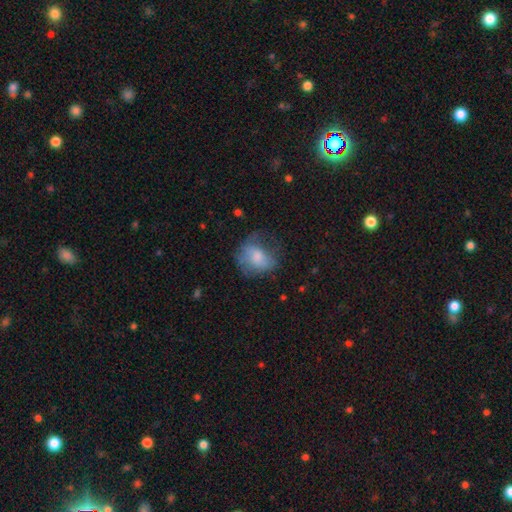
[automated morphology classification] smooth 62%, featured or disk 28%, star or artifact 10%. Down the decision tree: how rounded — round (50%); merging — none (46%).